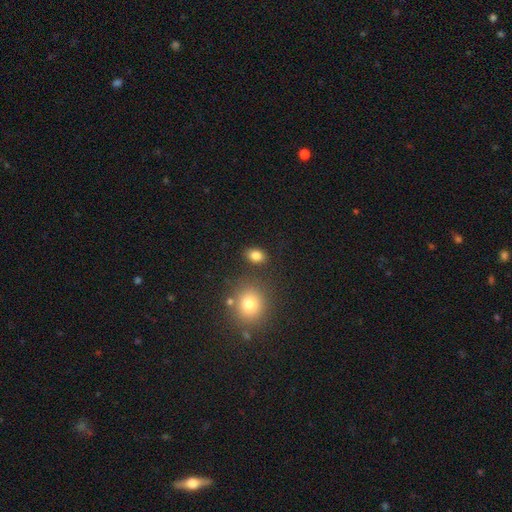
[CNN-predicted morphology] The model was most divided on "how rounded": in between: 71%, round: 27%, cigar-shaped: 1%. More confident: smooth or featured — smooth (83%); merging — none (82%).